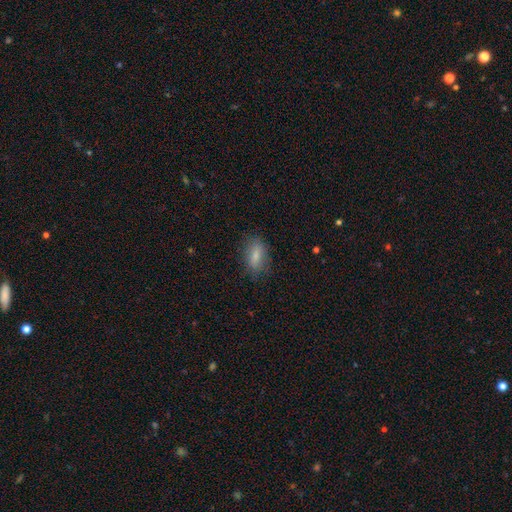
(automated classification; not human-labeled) Smooth or featured? Predicted: smooth (p=0.78). How rounded? Predicted: in between (p=0.82). Merging? Predicted: none (p=0.76).